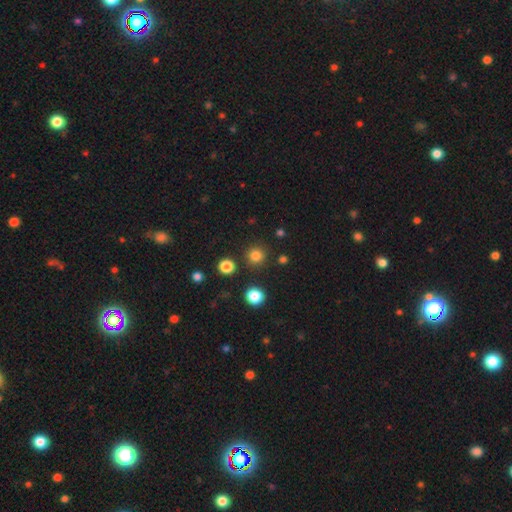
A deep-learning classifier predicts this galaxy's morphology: Overall: smooth (81%). How rounded: round (94%). Merging: none (89%).